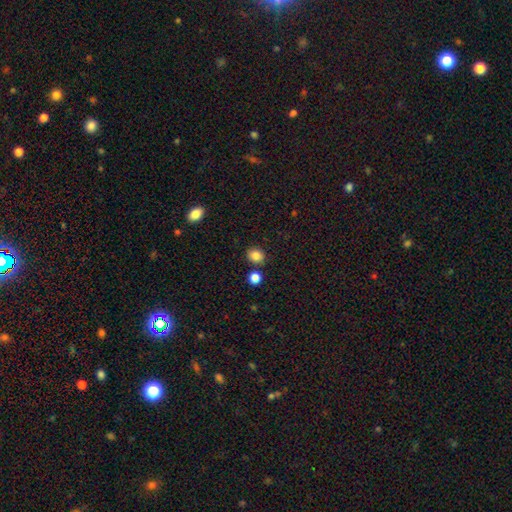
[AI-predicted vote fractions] This appears to be a smooth galaxy with no disk features (85%) that is round (72%). Merging: none (82%).